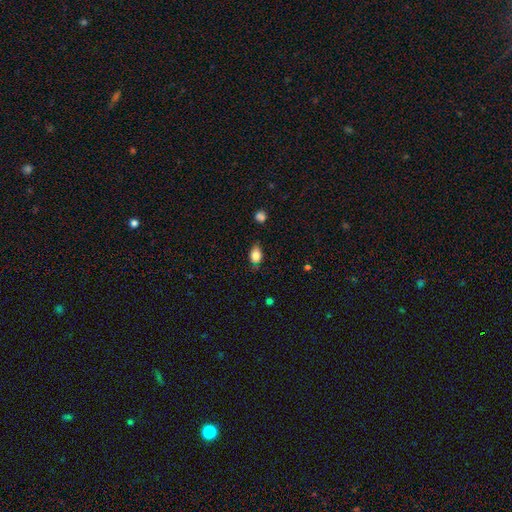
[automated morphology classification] This appears to be a smooth galaxy with no disk features (83%) that is in between round and cigar-shaped (80%). Merging: none (74%).